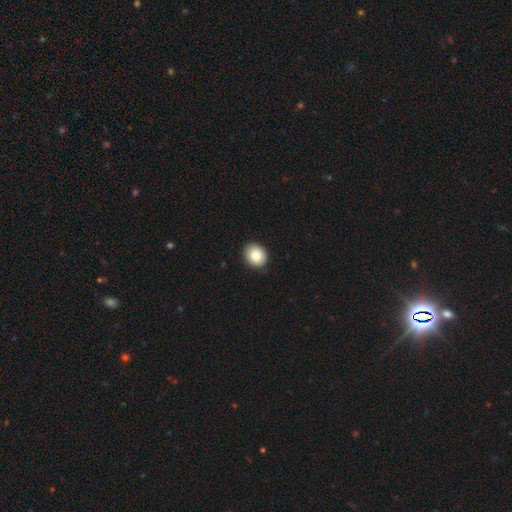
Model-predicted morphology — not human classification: Smooth or featured? Predicted: smooth (p=0.80). How rounded? Predicted: round (p=0.67). Merging? Predicted: none (p=0.90).